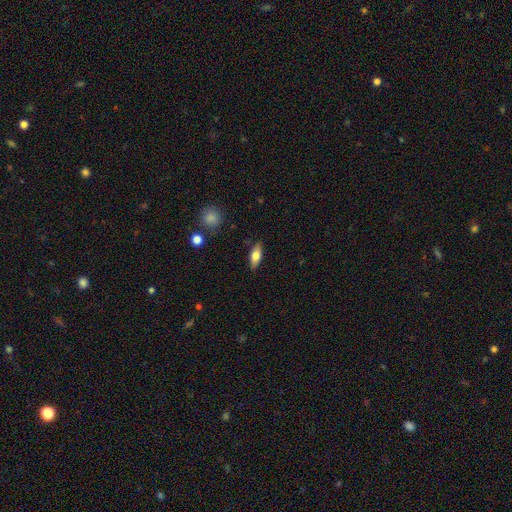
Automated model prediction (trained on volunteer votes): smooth-or-featured: smooth: 71% | featured or disk: 22% | star or artifact: 7%
  how-rounded: in between: 76% | cigar-shaped: 21% | round: 4%
  merging: none: 85% | minor disturbance: 11% | major disturbance: 2% | merger: 1%